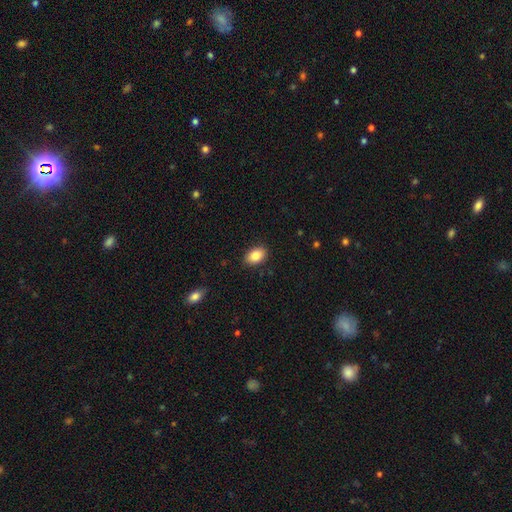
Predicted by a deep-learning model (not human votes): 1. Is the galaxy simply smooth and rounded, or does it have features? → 85% smooth, 8% star or artifact, 7% featured or disk.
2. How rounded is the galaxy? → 85% in between, 14% round, 1% cigar-shaped.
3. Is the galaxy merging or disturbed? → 88% none, 9% minor disturbance, 2% major disturbance, 1% merger.